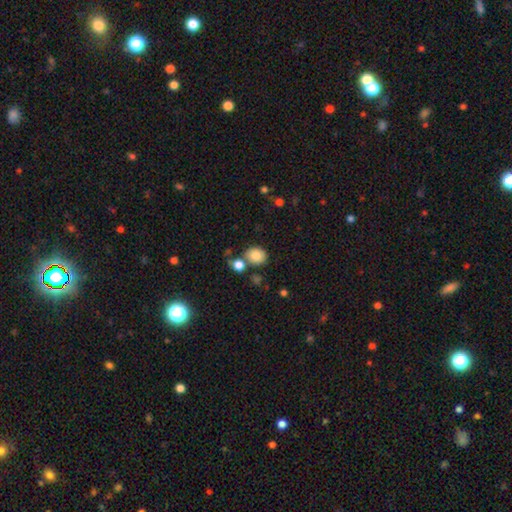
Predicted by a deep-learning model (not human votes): Smooth or featured: smooth — 83% (star or artifact — 9%)
How rounded: round — 65% (in between — 34%)
Merging: none — 68% (merger — 18%)